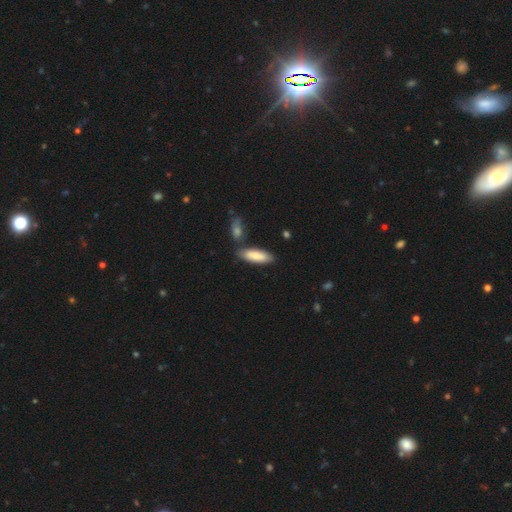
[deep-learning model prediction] A smooth galaxy with no disk features (80%) that is in between round and cigar-shaped (58%). Merging: none (72%).